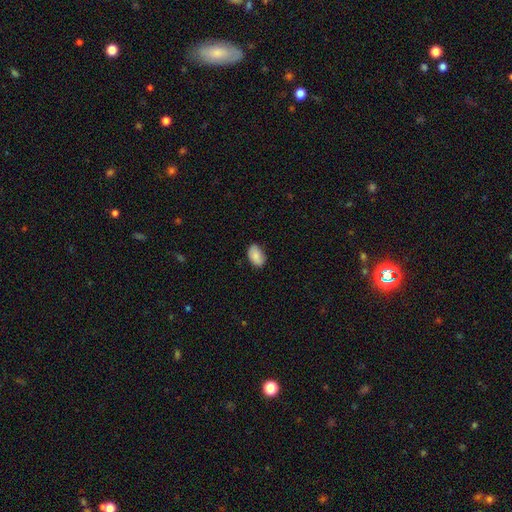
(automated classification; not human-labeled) Smooth or featured? Predicted: smooth (p=0.85). How rounded? Predicted: in between (p=0.90). Merging? Predicted: none (p=0.78).